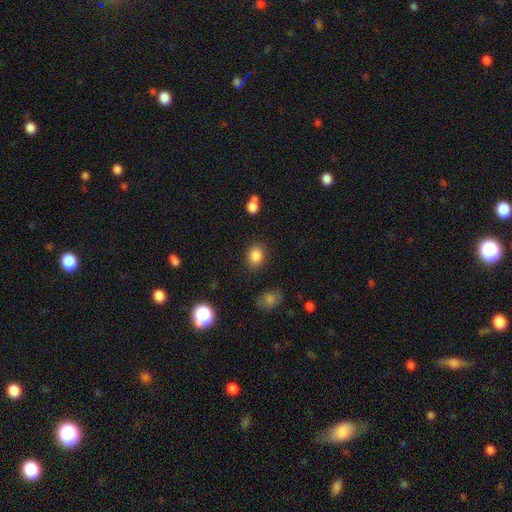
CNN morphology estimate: Smooth or featured: smooth — 85% (star or artifact — 11%)
How rounded: round — 60% (in between — 39%)
Merging: none — 85% (minor disturbance — 10%)